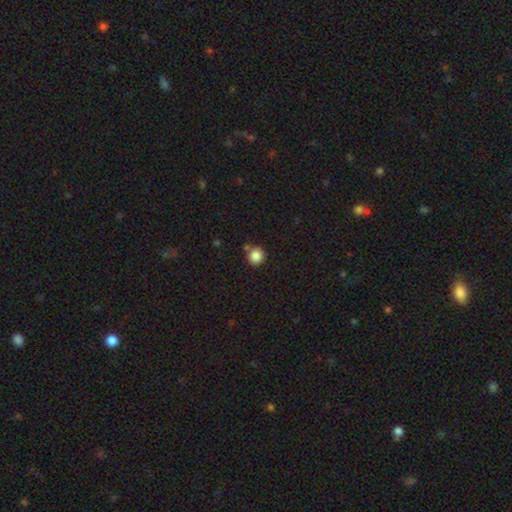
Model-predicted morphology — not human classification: smooth 86%, star or artifact 10%, featured or disk 4%. Down the decision tree: how rounded — round (92%); merging — none (77%).